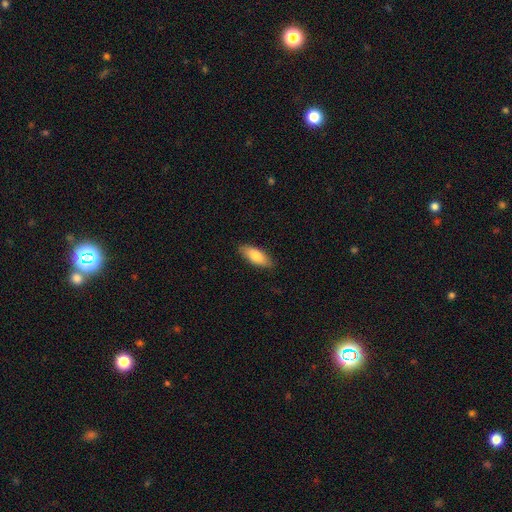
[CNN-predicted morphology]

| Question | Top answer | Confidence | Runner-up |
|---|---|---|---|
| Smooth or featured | smooth | 82% | featured or disk (12%) |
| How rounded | in between | 74% | cigar-shaped (24%) |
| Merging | none | 87% | minor disturbance (10%) |